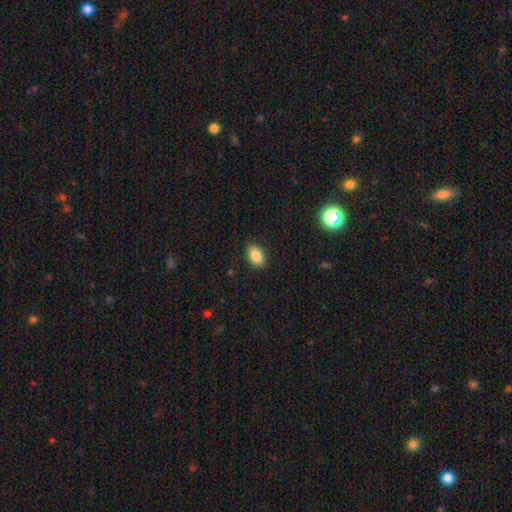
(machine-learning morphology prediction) smooth-or-featured: smooth: 85% | star or artifact: 9% | featured or disk: 6%
  how-rounded: in between: 89% | round: 9% | cigar-shaped: 2%
  merging: none: 88% | minor disturbance: 9% | major disturbance: 2% | merger: 1%